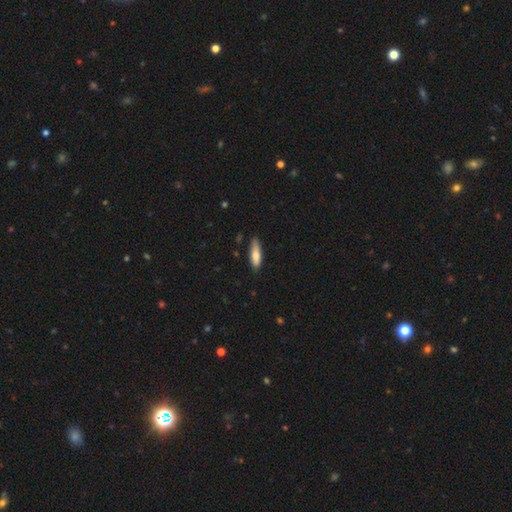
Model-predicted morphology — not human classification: This is likely a smooth galaxy (73%). How rounded: possibly cigar-shaped (57%). Merging: clearly none (81%).